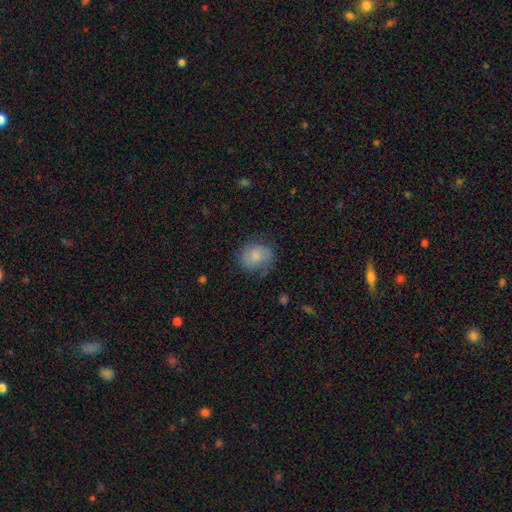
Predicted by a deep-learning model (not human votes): This is likely a smooth galaxy (72%). How rounded: likely round (62%). Merging: likely none (62%).